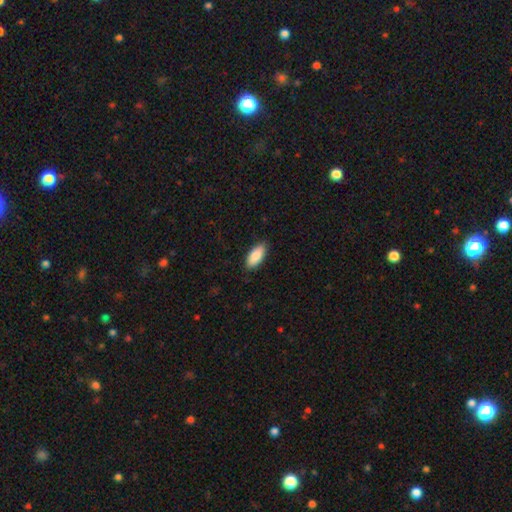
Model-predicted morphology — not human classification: Overall: smooth (89%). How rounded: in between (88%). Merging: none (87%).